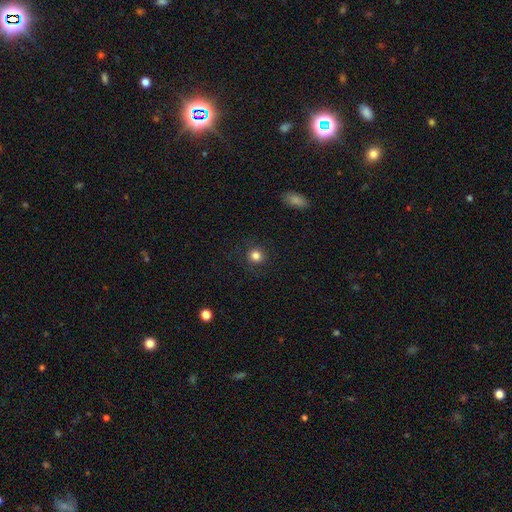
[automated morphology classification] smooth 83%, star or artifact 12%, featured or disk 6%. Down the decision tree: how rounded — round (91%); merging — none (88%).